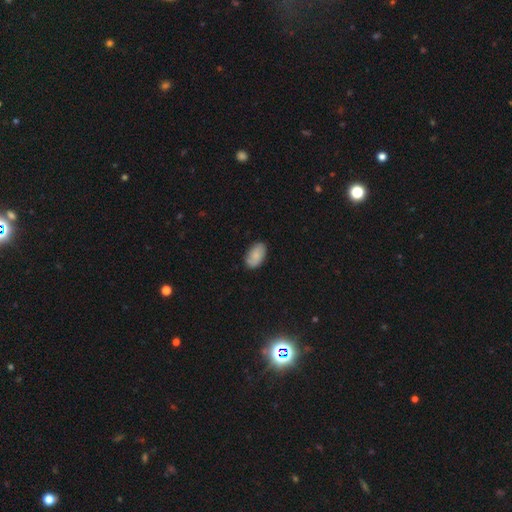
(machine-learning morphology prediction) A smooth galaxy with no disk features (83%) that is in between round and cigar-shaped (94%). Merging: none (82%).